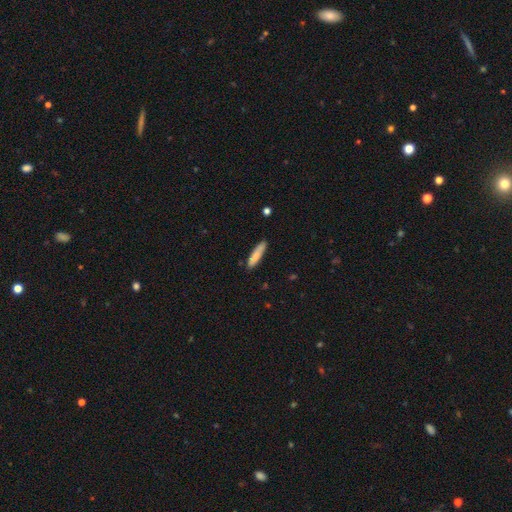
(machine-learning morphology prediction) Q: Smooth or featured?
A: smooth (81%); runner-up: featured or disk (13%)
Q: How rounded?
A: cigar-shaped (84%); runner-up: in between (15%)
Q: Merging?
A: none (84%); runner-up: minor disturbance (12%)